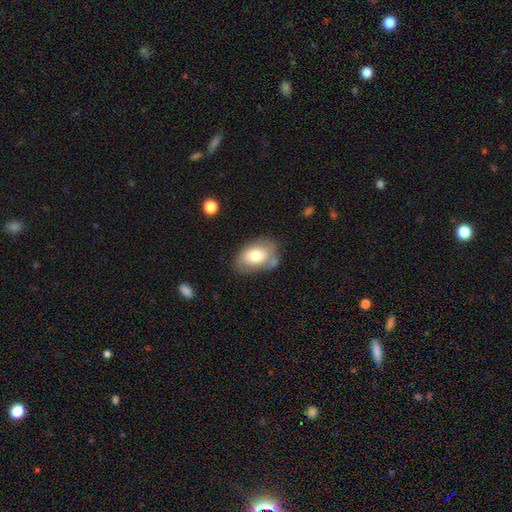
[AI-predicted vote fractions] Smooth or featured: smooth — 71% (featured or disk — 22%)
How rounded: in between — 88% (round — 11%)
Merging: none — 56% (minor disturbance — 25%)